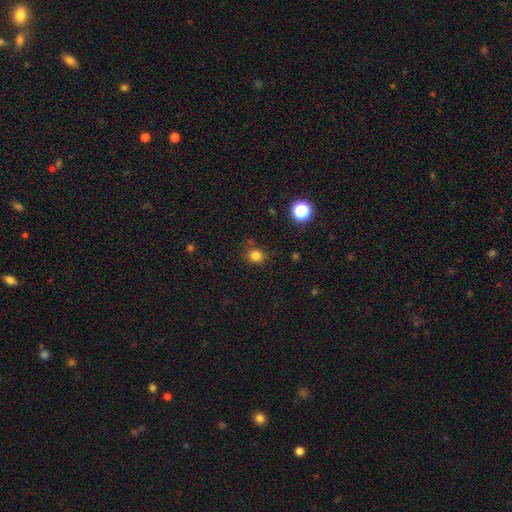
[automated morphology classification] Smooth or featured: smooth — 80% (star or artifact — 15%)
How rounded: round — 77% (in between — 22%)
Merging: none — 80% (minor disturbance — 13%)